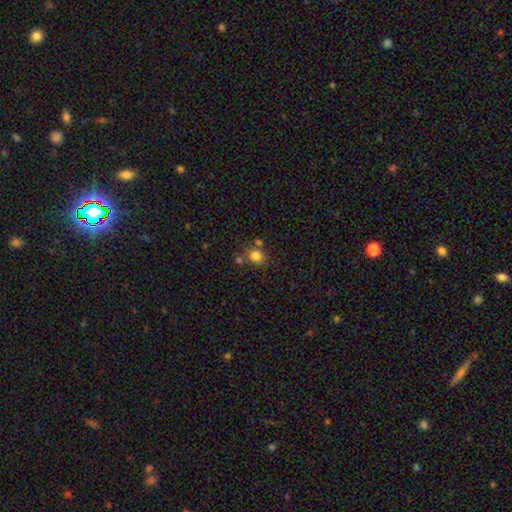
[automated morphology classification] Overall: smooth (82%). How rounded: round (63%; in between 36%). Merging: none (67%).